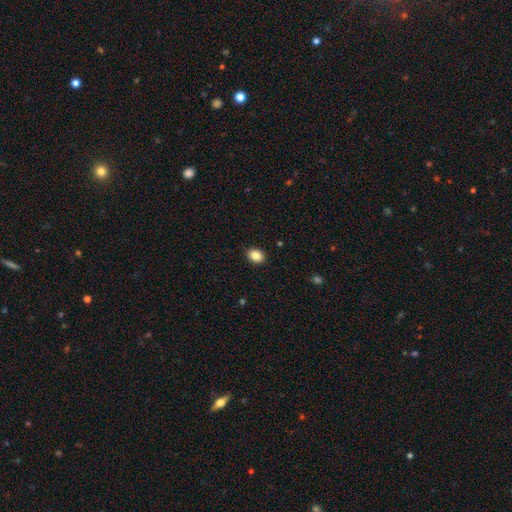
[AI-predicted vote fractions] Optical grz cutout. It shows a smooth galaxy with no disk features (85%) that is in between round and cigar-shaped (68%). Merging: none (89%).